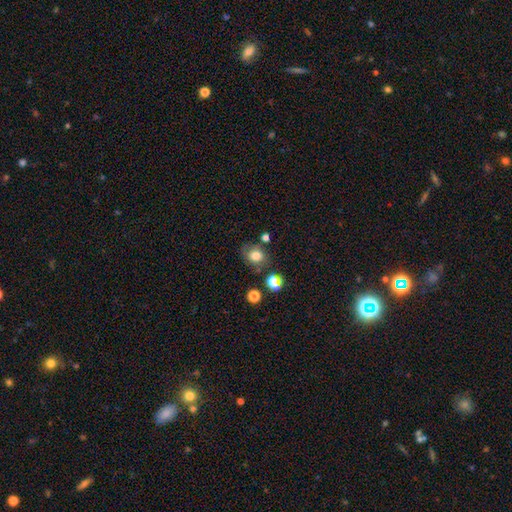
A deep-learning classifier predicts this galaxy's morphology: Smooth or featured? smooth (78%)
How rounded? round (62%)
Merging? none (69%)